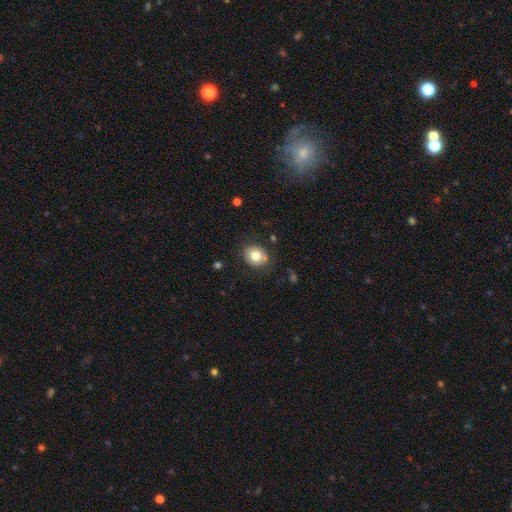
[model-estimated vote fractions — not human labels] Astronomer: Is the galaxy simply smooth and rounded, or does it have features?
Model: smooth — 77%.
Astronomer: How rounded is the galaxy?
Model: round — 60% (runner-up: in between, 39%).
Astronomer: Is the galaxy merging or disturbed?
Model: none — 81%.